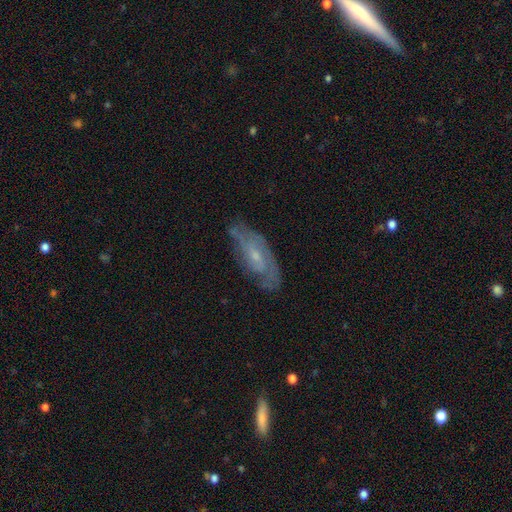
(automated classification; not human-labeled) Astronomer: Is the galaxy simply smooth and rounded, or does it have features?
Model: featured or disk — 71%.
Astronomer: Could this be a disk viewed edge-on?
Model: no — 86%.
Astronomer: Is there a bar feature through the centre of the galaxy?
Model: no — 57% (runner-up: weak, 37%).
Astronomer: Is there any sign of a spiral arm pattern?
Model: yes — 84%.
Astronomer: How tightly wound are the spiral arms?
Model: tight — 48% (runner-up: medium, 38%).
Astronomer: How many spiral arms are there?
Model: can't tell — 42% (runner-up: 2, 38%).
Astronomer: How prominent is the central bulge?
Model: small — 64%.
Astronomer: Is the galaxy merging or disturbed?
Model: none — 70%.